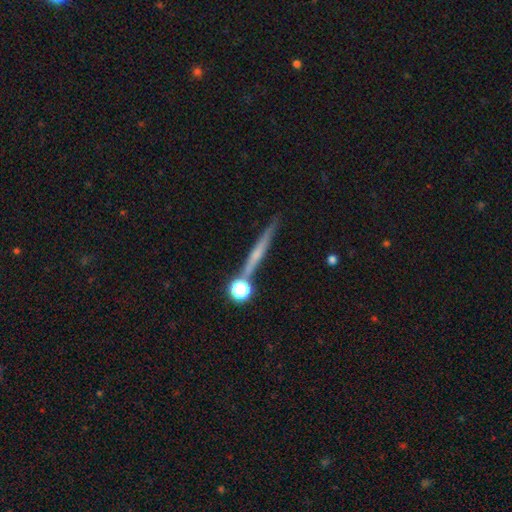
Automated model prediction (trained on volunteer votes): smooth-or-featured: featured or disk: 54% | smooth: 36% | star or artifact: 11%
  disk-edge-on: yes: 95% | no: 5%
    edge-on-bulge: none: 51% | rounded: 39% | boxy: 9%
  merging: none: 77% | merger: 10% | minor disturbance: 10% | major disturbance: 3%